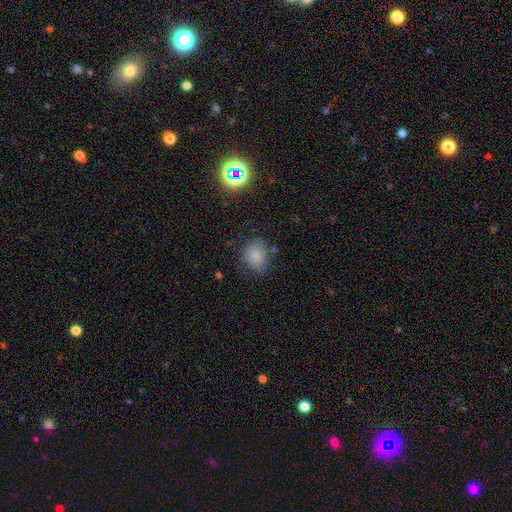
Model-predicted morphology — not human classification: A smooth galaxy with no disk features (83%) that is round (60%).

Vote fractions:
- Smooth or featured? smooth: 83% / star or artifact: 11% / featured or disk: 6%
- How rounded? round: 60% / in between: 39% / cigar-shaped: 1%
- Merging? none: 77% / minor disturbance: 15% / major disturbance: 5% / merger: 3%